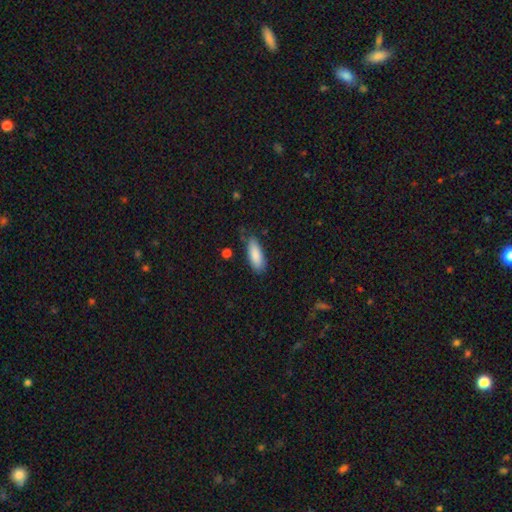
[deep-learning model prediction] Smooth or featured?
  - smooth: 87% *
  - featured or disk: 7%
  - star or artifact: 6%
How rounded?
  - in between: 70% *
  - cigar-shaped: 28%
  - round: 2%
Merging?
  - none: 73% *
  - minor disturbance: 21%
  - major disturbance: 4%
  - merger: 2%